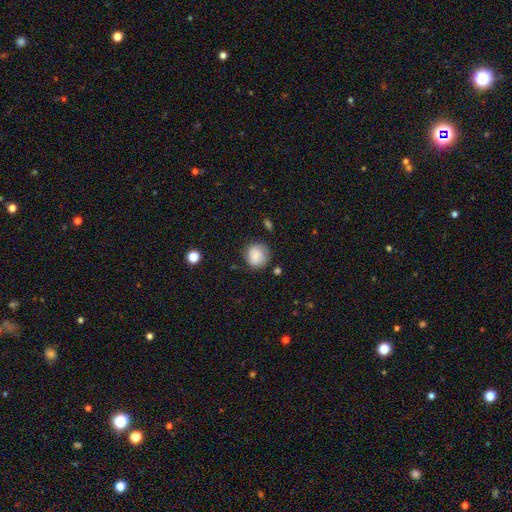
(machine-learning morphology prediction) smooth 80%, featured or disk 12%, star or artifact 8%. Down the decision tree: how rounded — round (86%); merging — none (73%).